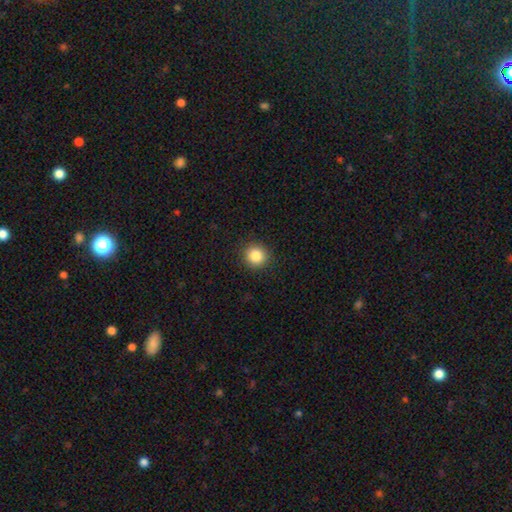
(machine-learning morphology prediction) Q: Smooth or featured?
A: smooth (85%); runner-up: star or artifact (11%)
Q: How rounded?
A: round (91%); runner-up: in between (8%)
Q: Merging?
A: none (92%); runner-up: minor disturbance (5%)